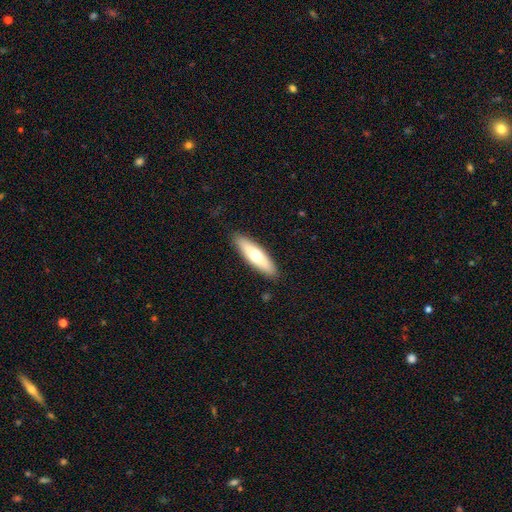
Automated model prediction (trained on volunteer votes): Smooth or featured? Predicted: smooth (p=0.61). How rounded? Predicted: cigar-shaped (p=0.58). Merging? Predicted: none (p=0.89).